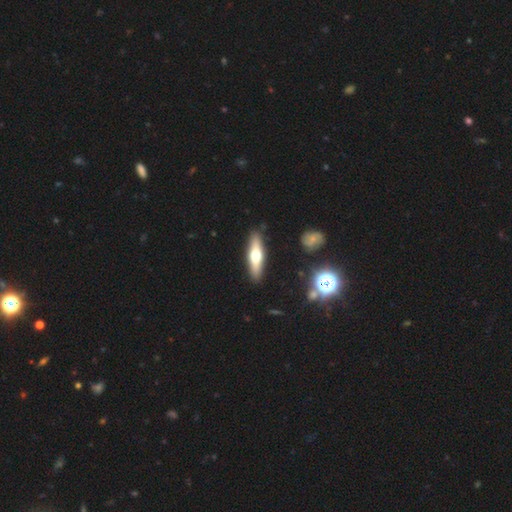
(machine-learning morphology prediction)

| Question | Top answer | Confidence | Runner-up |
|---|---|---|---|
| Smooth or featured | featured or disk | 48% | smooth (46%) |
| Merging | none | 89% | minor disturbance (8%) |